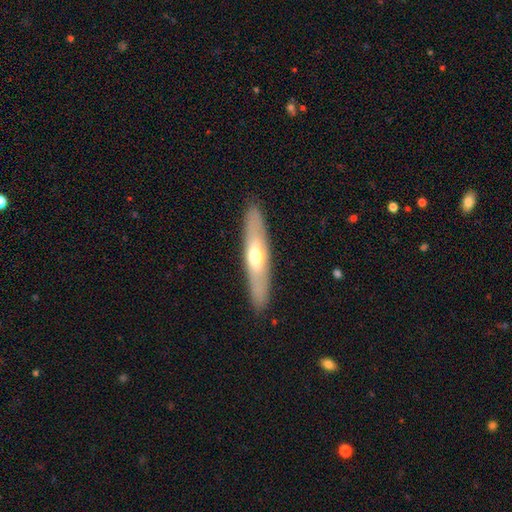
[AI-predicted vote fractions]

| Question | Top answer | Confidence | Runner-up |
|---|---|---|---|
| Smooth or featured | smooth | 48% | featured or disk (46%) |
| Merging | none | 89% | minor disturbance (8%) |